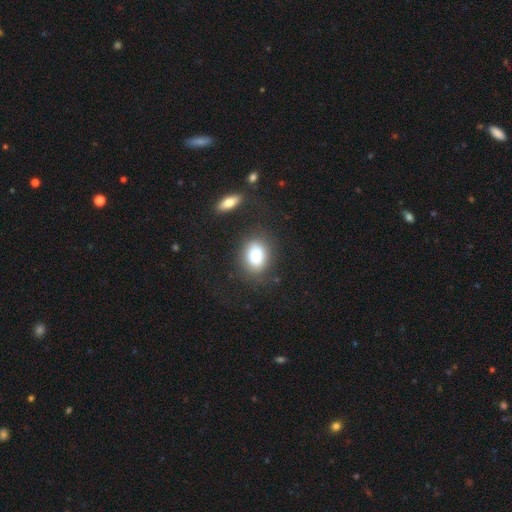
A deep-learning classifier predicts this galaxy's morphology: smooth-or-featured: smooth: 81% | featured or disk: 10% | star or artifact: 9%
  how-rounded: in between: 68% | round: 31% | cigar-shaped: 1%
  merging: none: 77% | minor disturbance: 13% | major disturbance: 6% | merger: 4%